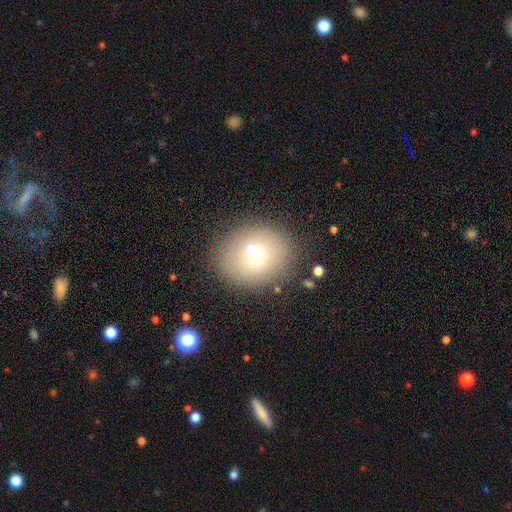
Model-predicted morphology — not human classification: smooth 64%, featured or disk 21%, star or artifact 15%. Down the decision tree: how rounded — round (73%); merging — none (74%).